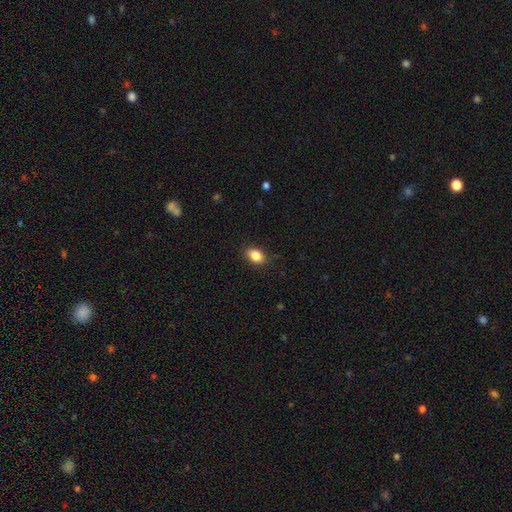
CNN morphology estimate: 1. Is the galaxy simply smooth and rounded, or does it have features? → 87% smooth, 9% star or artifact, 5% featured or disk.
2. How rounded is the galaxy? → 79% in between, 19% round, 1% cigar-shaped.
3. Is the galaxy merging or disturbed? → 87% none, 9% minor disturbance, 2% major disturbance, 1% merger.